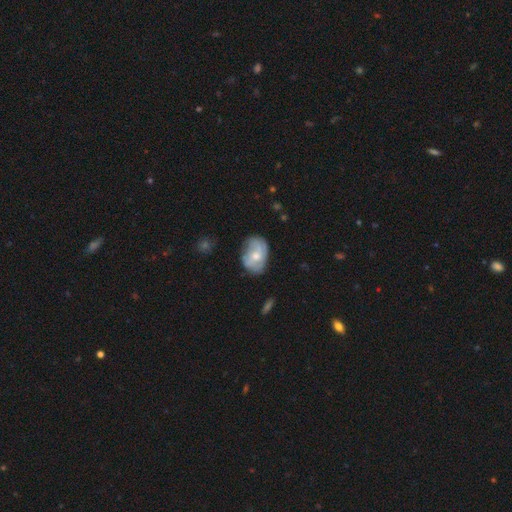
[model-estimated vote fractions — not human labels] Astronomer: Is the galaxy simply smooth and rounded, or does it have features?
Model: featured or disk — 51% (runner-up: smooth, 42%).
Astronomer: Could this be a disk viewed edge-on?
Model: no — 96%.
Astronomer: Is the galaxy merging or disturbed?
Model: none — 62%.